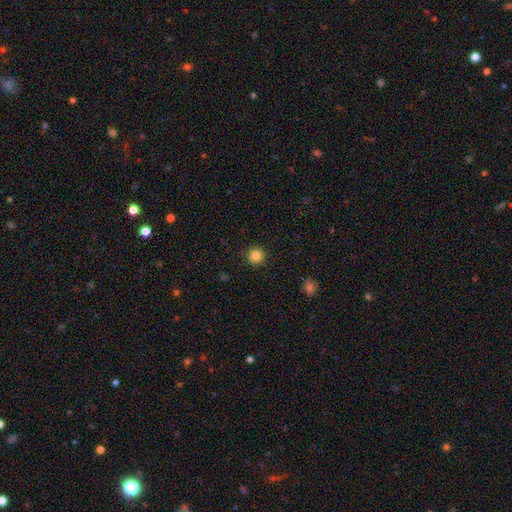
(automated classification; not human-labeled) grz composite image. It shows a smooth galaxy with no disk features (84%) that is round (96%). Merging: none (93%).